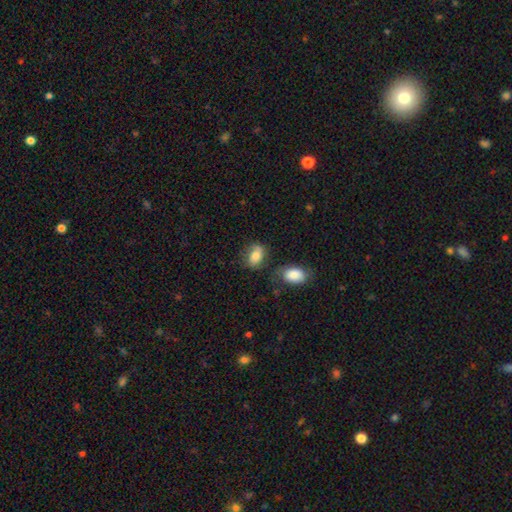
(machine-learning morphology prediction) type=smooth (78%); roundness=in between (83%); merging=none (58%).